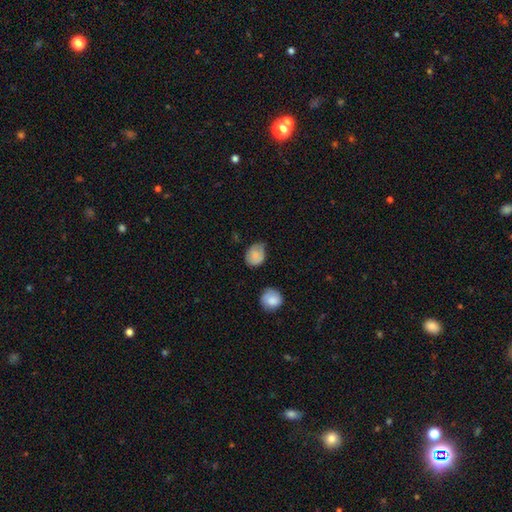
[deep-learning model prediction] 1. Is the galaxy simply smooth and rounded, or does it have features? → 80% smooth, 11% featured or disk, 9% star or artifact.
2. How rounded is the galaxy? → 53% in between, 46% round, 1% cigar-shaped.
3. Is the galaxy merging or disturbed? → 54% none, 35% minor disturbance, 8% major disturbance, 3% merger.